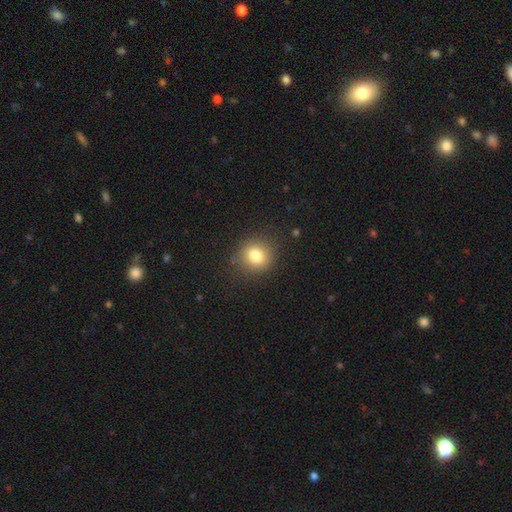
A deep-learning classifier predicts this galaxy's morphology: A smooth galaxy with no disk features (80%) that is round (82%).

Vote fractions:
- Smooth or featured? smooth: 80% / star or artifact: 12% / featured or disk: 8%
- How rounded? round: 82% / in between: 17% / cigar-shaped: 1%
- Merging? none: 86% / minor disturbance: 10% / major disturbance: 3% / merger: 1%